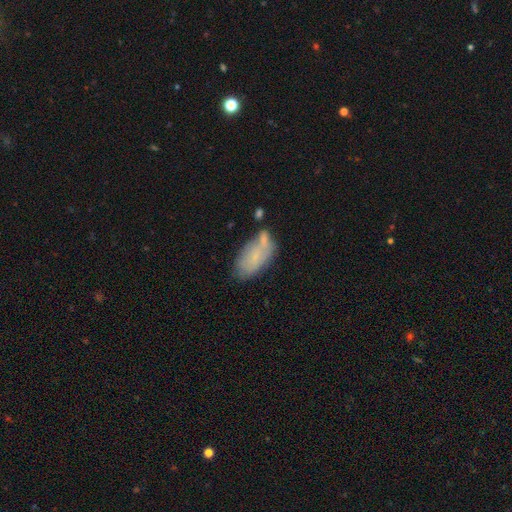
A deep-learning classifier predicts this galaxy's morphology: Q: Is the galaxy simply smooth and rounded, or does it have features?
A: smooth — 65%.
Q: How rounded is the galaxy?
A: in between — 92%.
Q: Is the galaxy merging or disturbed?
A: none — 45%.